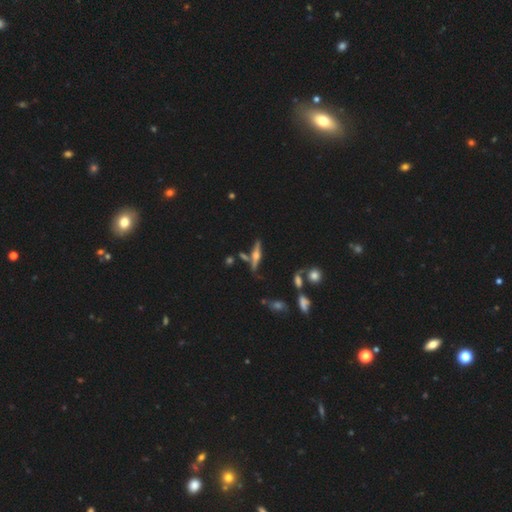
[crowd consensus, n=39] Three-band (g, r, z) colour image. It shows a featured or disk galaxy (90%) viewed edge-on (94%) with a rounded central bulge (91%). Merging: none (76%).